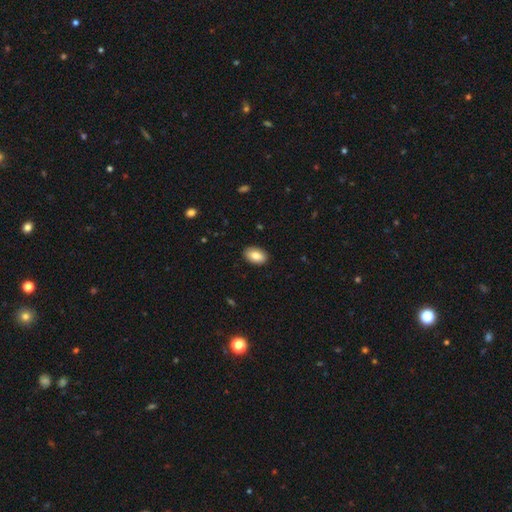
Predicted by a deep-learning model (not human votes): smooth-or-featured: smooth: 83% | featured or disk: 10% | star or artifact: 7%
  how-rounded: in between: 91% | round: 8% | cigar-shaped: 1%
  merging: none: 89% | minor disturbance: 8% | major disturbance: 2% | merger: 1%